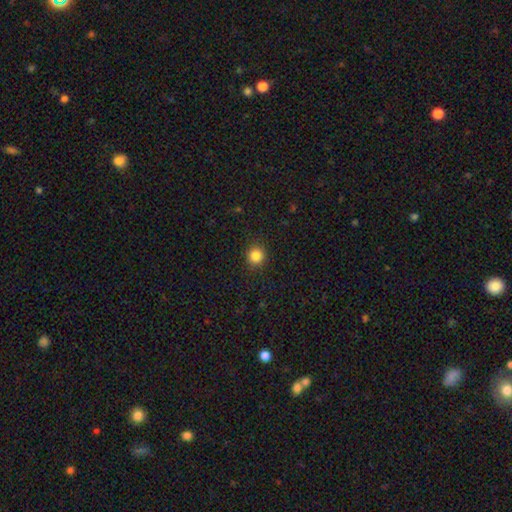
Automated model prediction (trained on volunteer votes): Morphology: type=smooth (85%); roundness=round (90%); merging=none (91%).